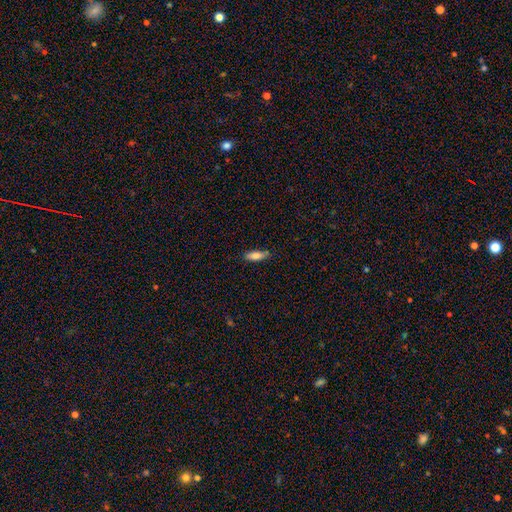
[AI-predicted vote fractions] Morphology: type=smooth (80%); roundness=in between (57%); merging=none (80%).